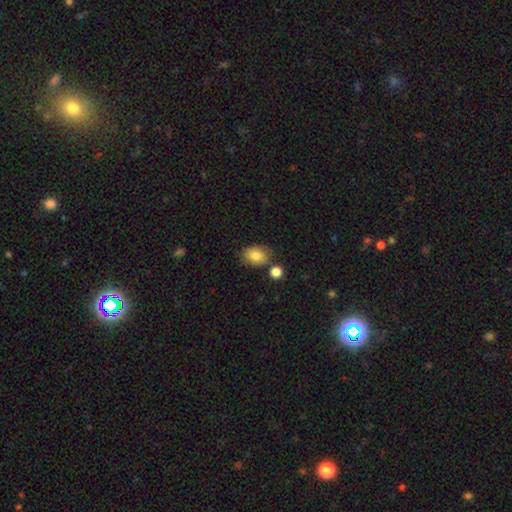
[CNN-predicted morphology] Overall: smooth (82%). How rounded: in between (74%). Merging: none (69%).